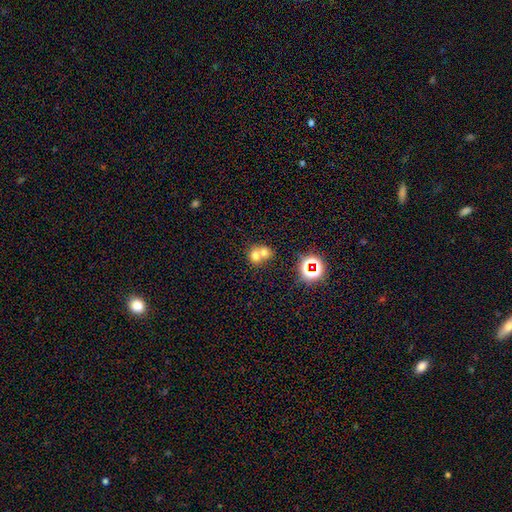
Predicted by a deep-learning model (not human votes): Smooth or featured: smooth — 67% (star or artifact — 17%)
How rounded: round — 70% (in between — 29%)
Merging: merger — 65% (none — 28%)